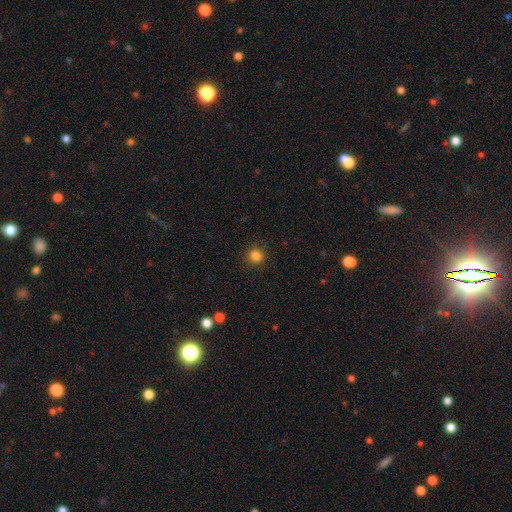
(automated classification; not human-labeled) This appears to be a smooth galaxy with no disk features (84%) that is round (93%). Merging: none (90%).